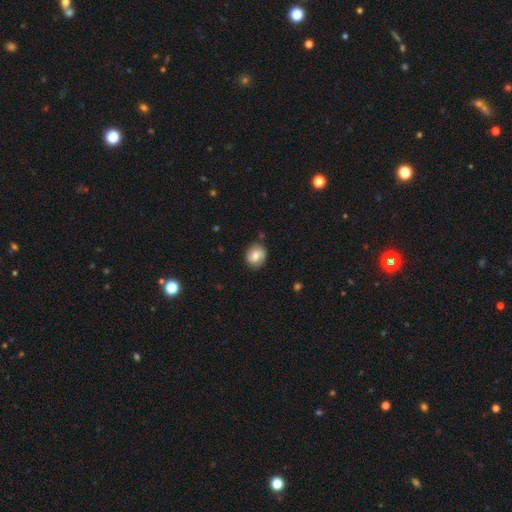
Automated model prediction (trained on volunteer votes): smooth_or_featured: smooth (p=0.59) [alt: featured or disk p=0.33]
how_rounded: round (p=0.72) [alt: in between p=0.27]
merging: none (p=0.78) [alt: minor disturbance p=0.16]